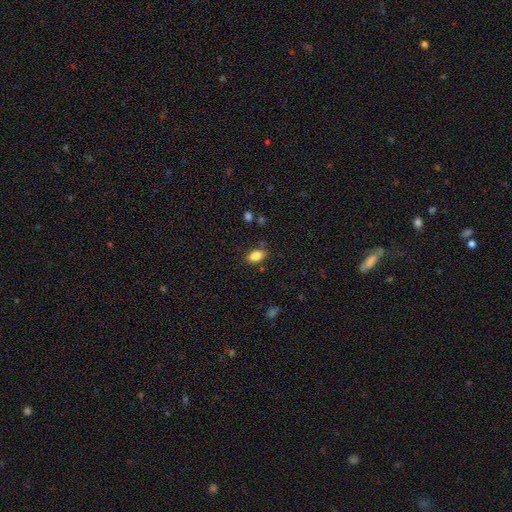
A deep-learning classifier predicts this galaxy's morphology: Q: Smooth or featured?
A: smooth (84%); runner-up: star or artifact (9%)
Q: How rounded?
A: in between (87%); runner-up: round (11%)
Q: Merging?
A: none (80%); runner-up: minor disturbance (13%)